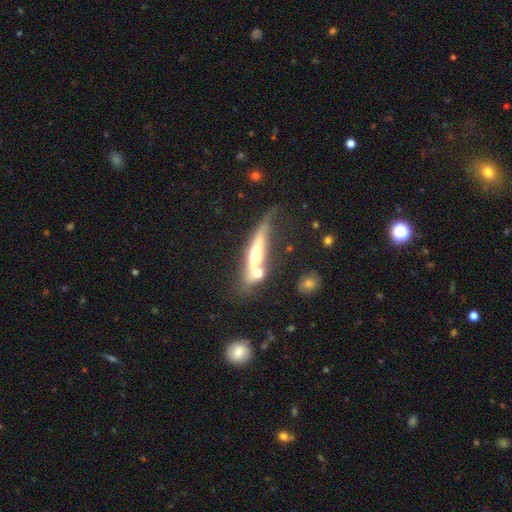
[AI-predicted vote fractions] Smooth or featured? featured or disk (55%)
Edge-on disk? yes (77%)
Merging? merger (37%)